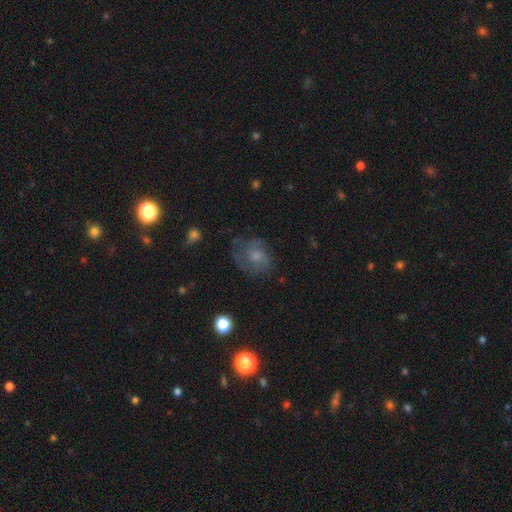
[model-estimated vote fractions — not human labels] A featured or disk galaxy (53%) with no bar (74%), spiral arms (77%) and a moderate central bulge (41%). Merging: none (59%).